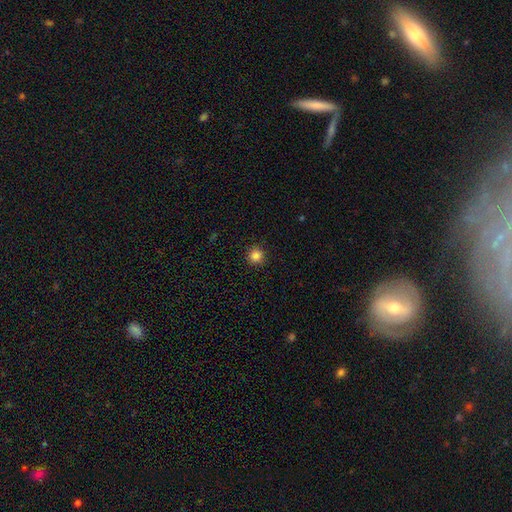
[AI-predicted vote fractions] smooth 85%, star or artifact 12%, featured or disk 4%. Down the decision tree: how rounded — round (95%); merging — none (92%).